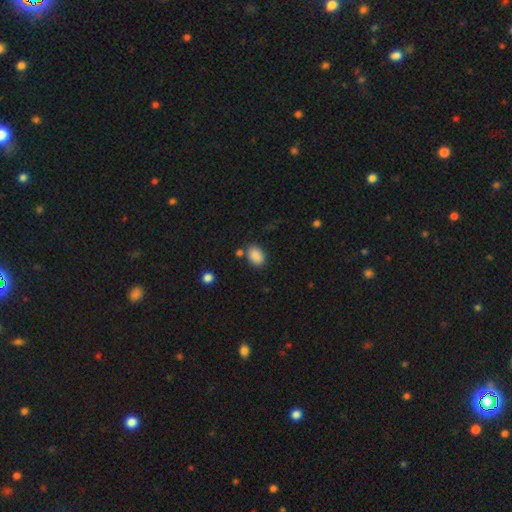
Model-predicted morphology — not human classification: This is clearly a smooth galaxy (88%). How rounded: clearly in between (82%). Merging: likely none (78%).